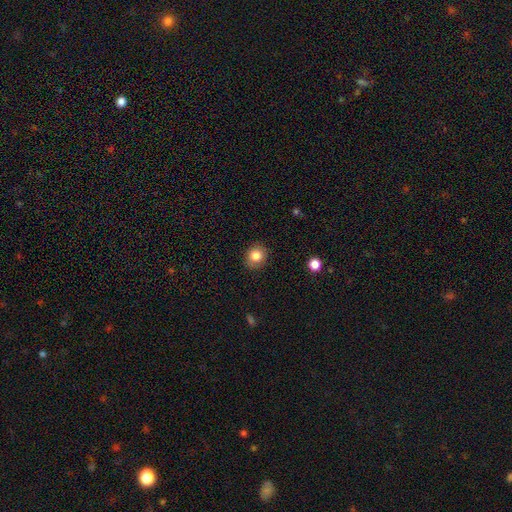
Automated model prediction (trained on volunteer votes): Morphology: type=smooth (83%); roundness=round (78%); merging=none (88%).